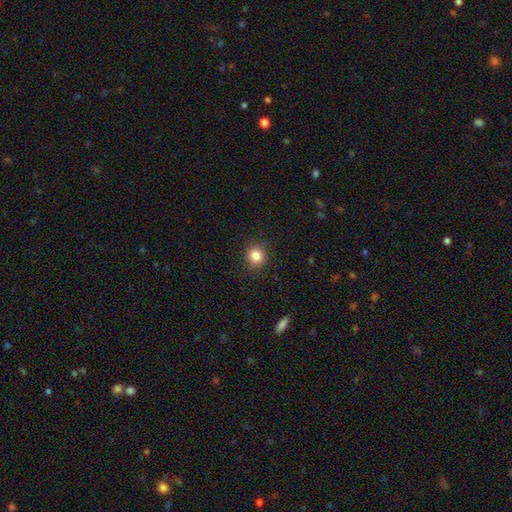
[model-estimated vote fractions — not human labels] The model was most divided on "how rounded": round: 85%, in between: 14%, cigar-shaped: 1%. More confident: merging — none (89%); smooth or featured — smooth (85%).